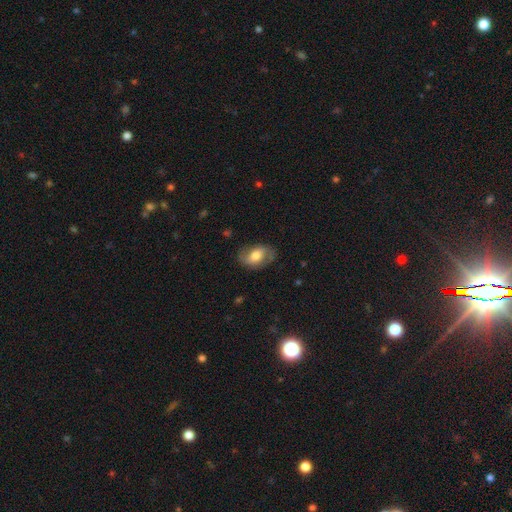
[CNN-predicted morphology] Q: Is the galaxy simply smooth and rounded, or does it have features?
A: featured or disk — 51%.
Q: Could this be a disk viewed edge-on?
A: no — 95%.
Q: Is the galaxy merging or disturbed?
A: none — 72%.